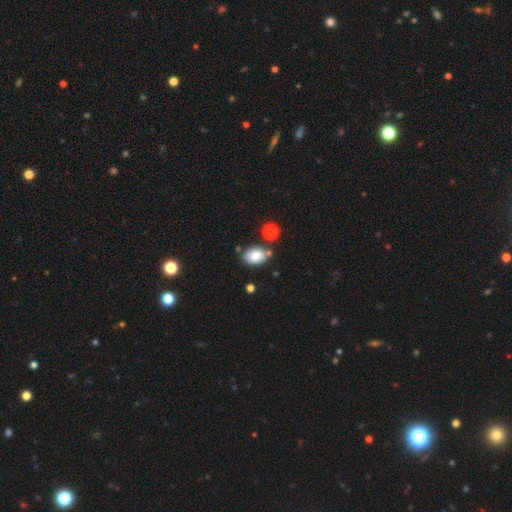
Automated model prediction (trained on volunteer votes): A smooth galaxy with no disk features (82%) that is in between round and cigar-shaped (84%). Merging: none (70%).